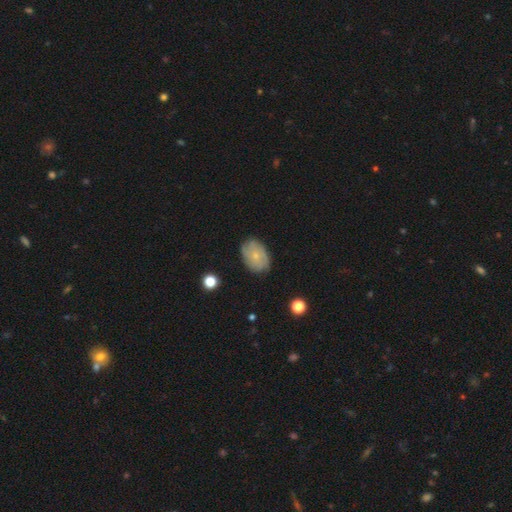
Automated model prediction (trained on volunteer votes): smooth 54%, featured or disk 38%, star or artifact 8%. Down the decision tree: how rounded — in between (80%); merging — none (78%).